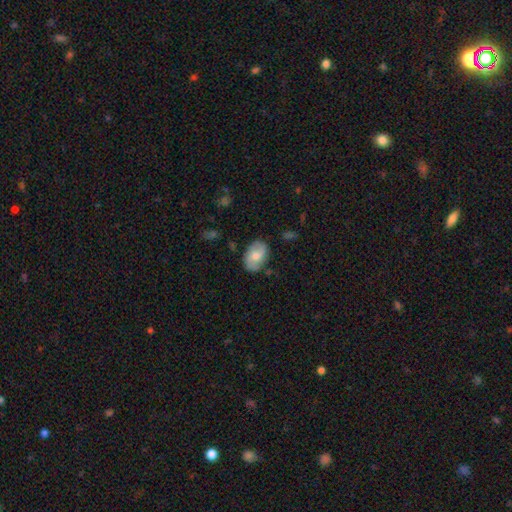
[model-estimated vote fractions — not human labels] Smooth or featured: smooth — 52% (featured or disk — 42%)
How rounded: in between — 83% (round — 16%)
Merging: none — 77% (minor disturbance — 17%)